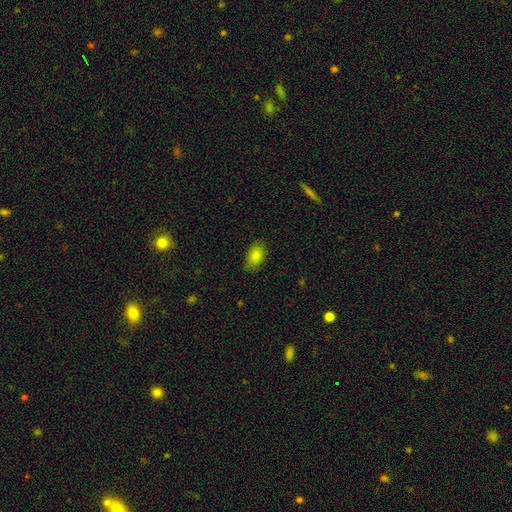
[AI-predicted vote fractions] Q: Smooth or featured?
A: smooth (85%); runner-up: star or artifact (9%)
Q: How rounded?
A: in between (90%); runner-up: round (8%)
Q: Merging?
A: none (79%); runner-up: minor disturbance (16%)